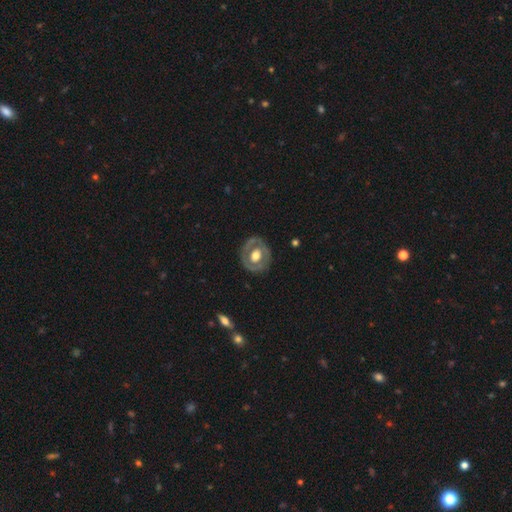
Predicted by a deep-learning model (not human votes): Smooth or featured? featured or disk (62%)
Edge-on disk? no (95%)
Bar? no (72%)
Spiral arms? no (77%)
Bulge size? moderate (54%)
Merging? none (78%)